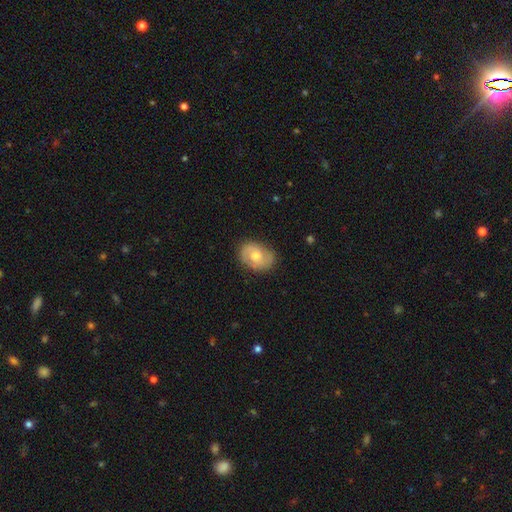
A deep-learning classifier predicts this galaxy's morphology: smooth_or_featured: featured or disk (p=0.65) [alt: smooth p=0.28]
disk_edge_on: no (p=0.97) [alt: yes p=0.03]
bar: no (p=0.64) [alt: weak p=0.31]
has_spiral_arms: yes (p=0.87) [alt: no p=0.13]
spiral_winding: medium (p=0.44) [alt: tight p=0.39]
spiral_arm_count: 2 (p=0.83) [alt: can't tell p=0.10]
bulge_size: moderate (p=0.67) [alt: small p=0.25]
merging: none (p=0.81) [alt: minor disturbance p=0.14]